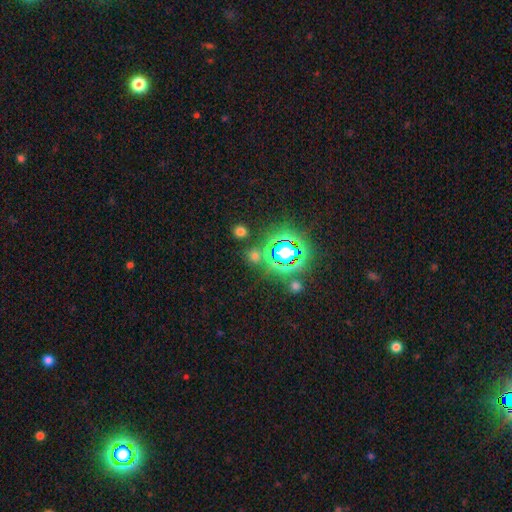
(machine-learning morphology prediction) Smooth or featured: star or artifact — 47% (smooth — 45%)